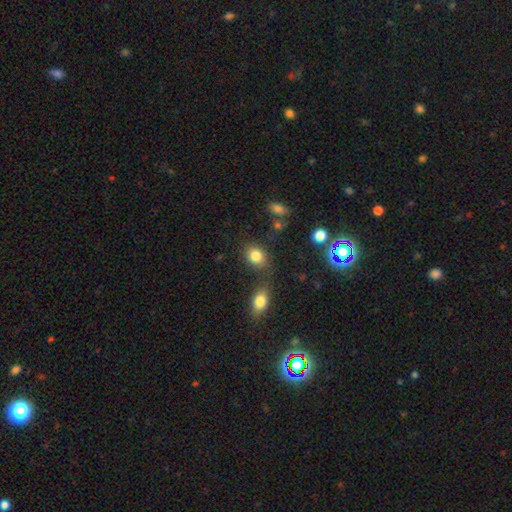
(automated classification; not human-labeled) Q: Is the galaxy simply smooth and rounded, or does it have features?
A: smooth — 83%.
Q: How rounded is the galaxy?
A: in between — 54%.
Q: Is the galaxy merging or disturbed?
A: none — 66%.